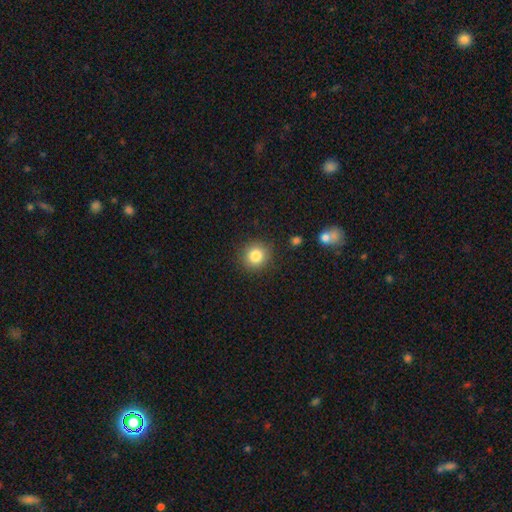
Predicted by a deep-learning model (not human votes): A smooth galaxy with no disk features (83%) that is round (91%). Merging: none (88%).